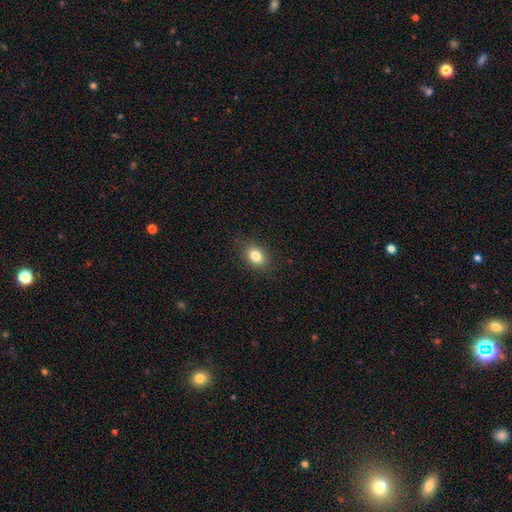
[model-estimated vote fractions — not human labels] smooth-or-featured: smooth: 83% | star or artifact: 10% | featured or disk: 7%
  how-rounded: in between: 68% | round: 31% | cigar-shaped: 1%
  merging: none: 86% | minor disturbance: 10% | major disturbance: 3% | merger: 1%